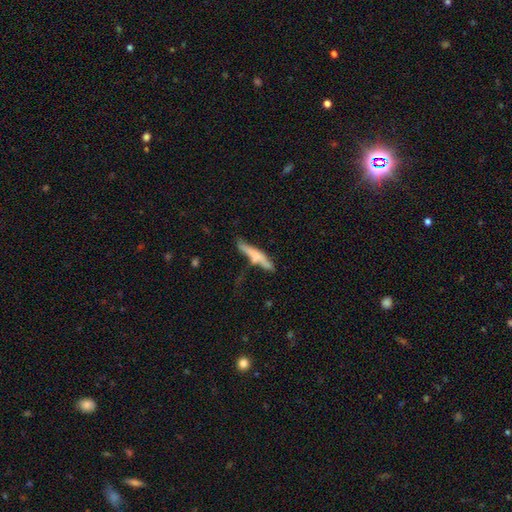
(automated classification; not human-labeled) smooth 59%, featured or disk 35%, star or artifact 7%. Down the decision tree: how rounded — cigar-shaped (89%); merging — none (56%).